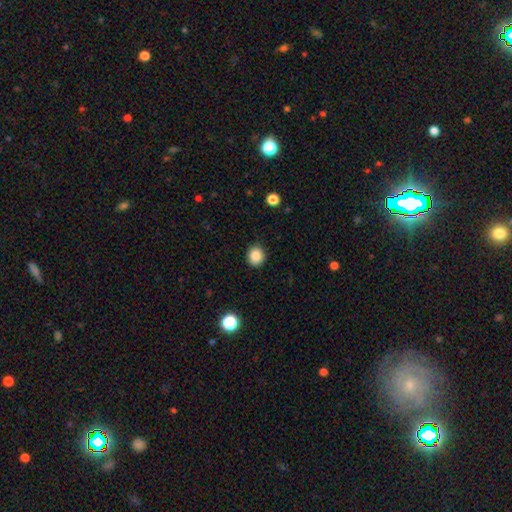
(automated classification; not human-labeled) Morphology: type=smooth (87%); roundness=round (80%); merging=none (89%).